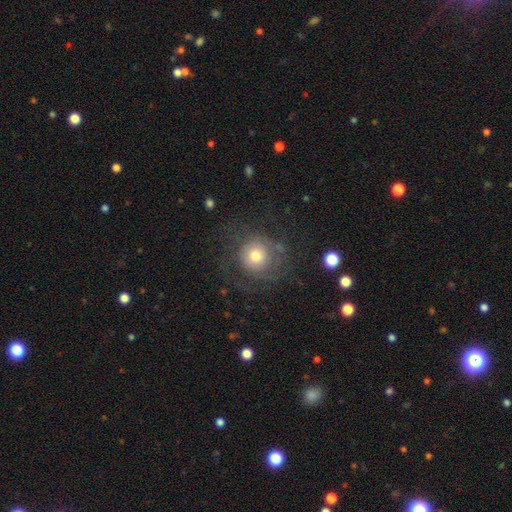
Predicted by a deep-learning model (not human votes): Smooth or featured? Predicted: smooth (p=0.50). Merging? Predicted: none (p=0.61).